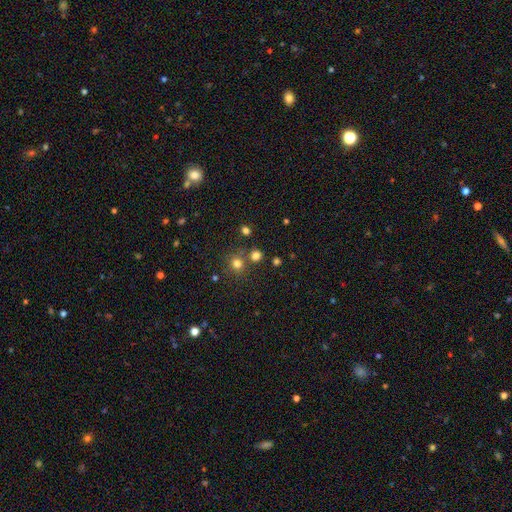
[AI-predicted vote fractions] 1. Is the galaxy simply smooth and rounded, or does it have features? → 74% smooth, 20% star or artifact, 6% featured or disk.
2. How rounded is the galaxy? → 89% round, 11% in between, 1% cigar-shaped.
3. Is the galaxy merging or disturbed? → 73% none, 16% merger, 8% minor disturbance, 3% major disturbance.